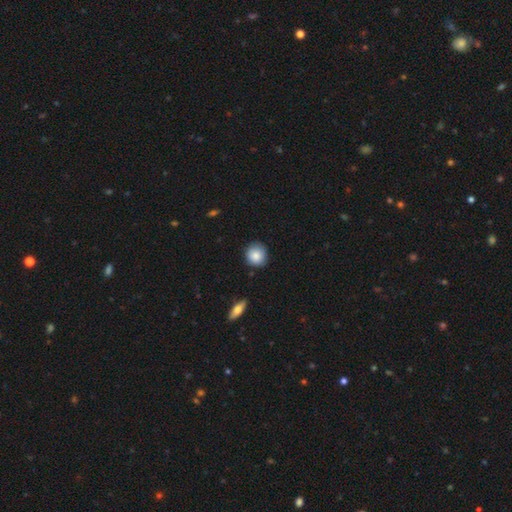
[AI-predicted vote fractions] smooth 85%, star or artifact 8%, featured or disk 7%. Down the decision tree: how rounded — round (88%); merging — none (84%).